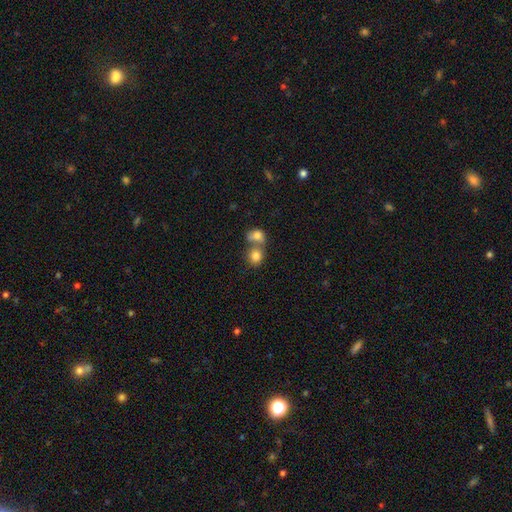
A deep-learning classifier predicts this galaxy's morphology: smooth_or_featured: smooth (p=0.81) [alt: star or artifact p=0.10]
how_rounded: round (p=0.74) [alt: in between p=0.25]
merging: merger (p=0.55) [alt: none p=0.35]